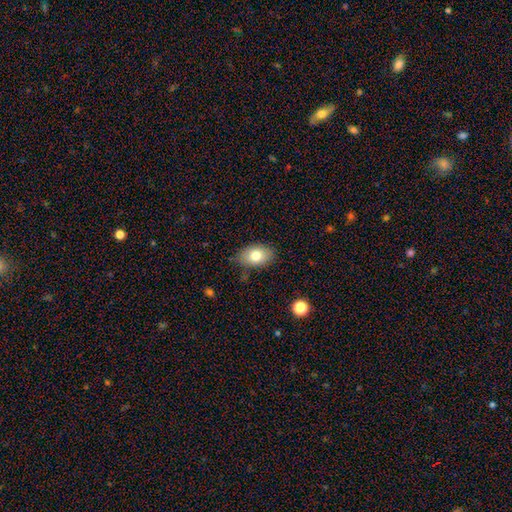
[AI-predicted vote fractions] Morphology: type=smooth (78%); roundness=in between (87%); merging=none (78%).